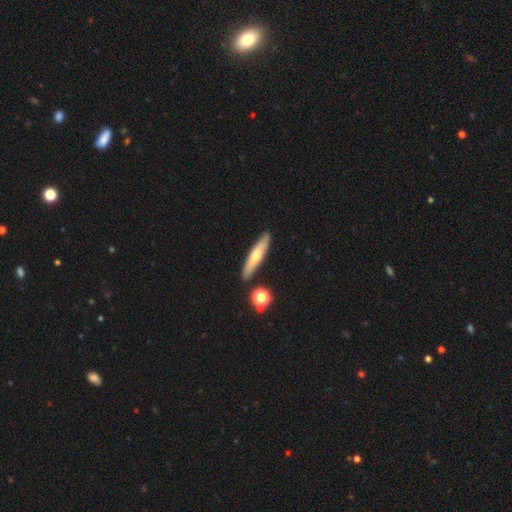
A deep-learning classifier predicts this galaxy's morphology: A smooth galaxy with no disk features (54%) that is cigar-shaped (84%). Merging: none (87%).